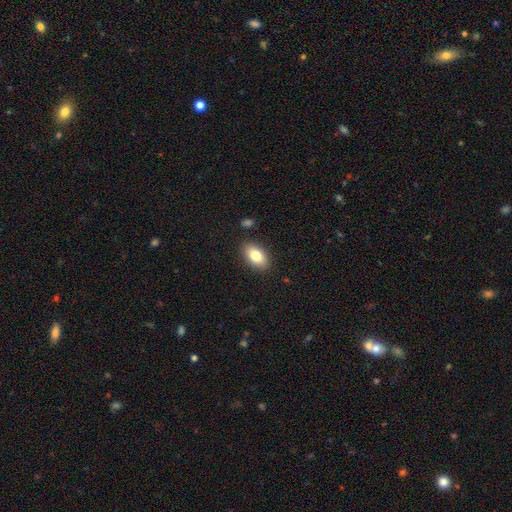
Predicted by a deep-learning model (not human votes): Smooth or featured: smooth — 82% (featured or disk — 11%)
How rounded: in between — 92% (round — 6%)
Merging: none — 87% (minor disturbance — 9%)